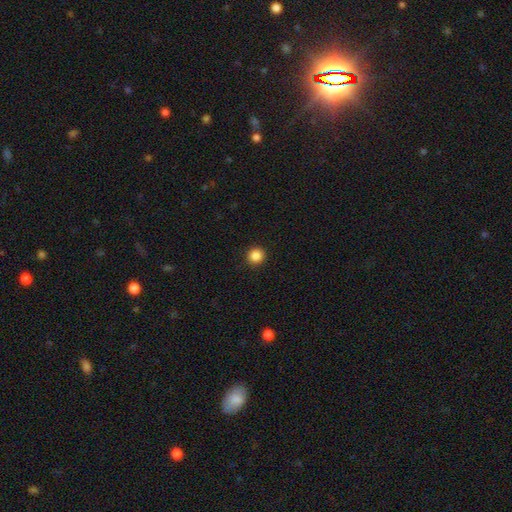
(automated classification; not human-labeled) Morphology: type=smooth (86%); roundness=round (93%); merging=none (93%).